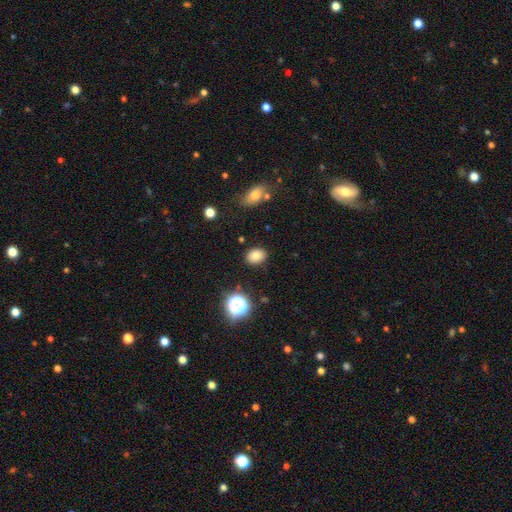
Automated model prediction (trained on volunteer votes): smooth-or-featured: smooth: 80% | star or artifact: 13% | featured or disk: 7%
  how-rounded: in between: 63% | round: 36% | cigar-shaped: 1%
  merging: none: 86% | minor disturbance: 10% | major disturbance: 3% | merger: 2%